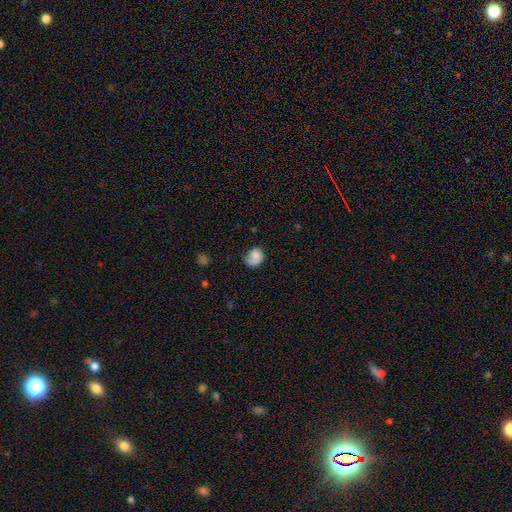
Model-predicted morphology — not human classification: This appears to be a smooth galaxy with no disk features (77%) that is round (58%). Merging: none (58%).